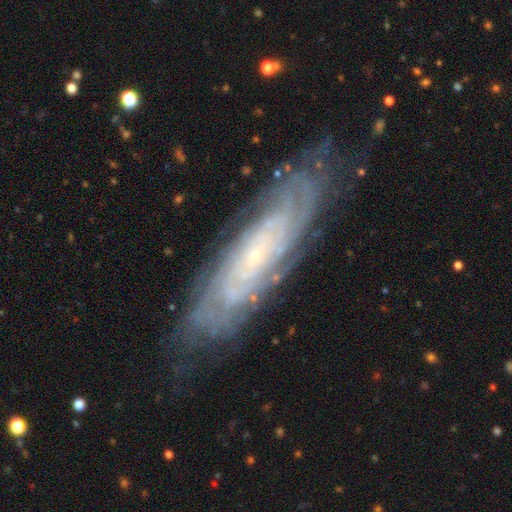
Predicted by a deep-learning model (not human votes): smooth_or_featured: featured or disk (p=0.82) [alt: smooth p=0.11]
disk_edge_on: no (p=0.80) [alt: yes p=0.20]
bar: no (p=0.74) [alt: weak p=0.19]
has_spiral_arms: yes (p=0.95) [alt: no p=0.05]
spiral_winding: tight (p=0.82) [alt: medium p=0.15]
spiral_arm_count: can't tell (p=0.53) [alt: more than 4 p=0.13]
bulge_size: small (p=0.85) [alt: moderate p=0.09]
merging: none (p=0.79) [alt: minor disturbance p=0.15]